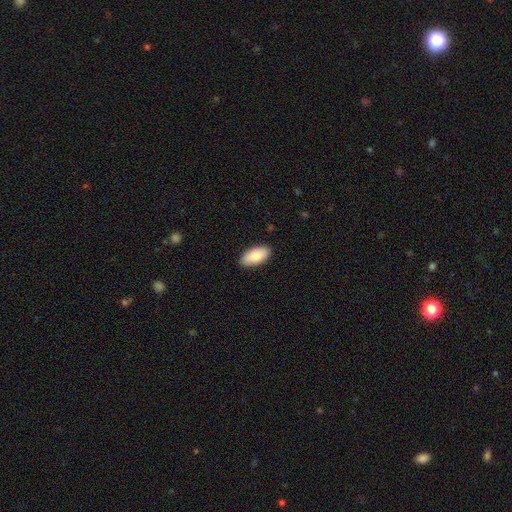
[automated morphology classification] smooth 88%, featured or disk 7%, star or artifact 6%. Down the decision tree: how rounded — in between (94%); merging — none (88%).